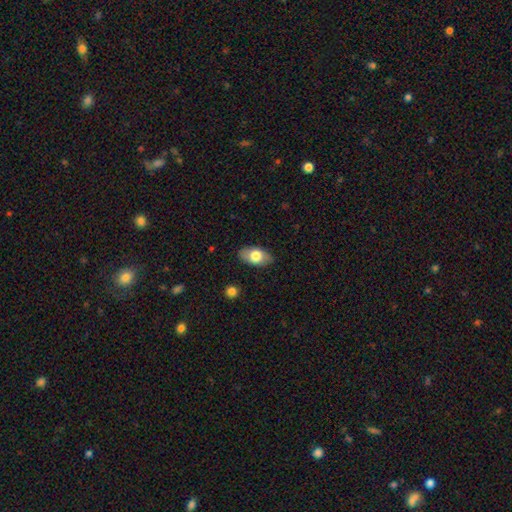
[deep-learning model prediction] A smooth galaxy with no disk features (73%) that is in between round and cigar-shaped (92%). Merging: none (85%).